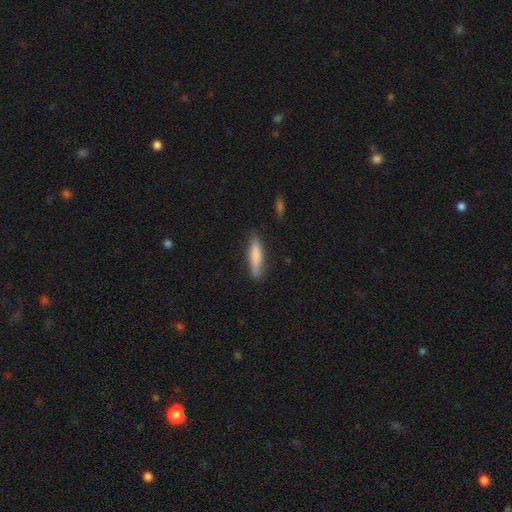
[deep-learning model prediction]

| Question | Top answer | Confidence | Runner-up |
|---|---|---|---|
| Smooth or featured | smooth | 80% | featured or disk (14%) |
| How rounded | cigar-shaped | 74% | in between (24%) |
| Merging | none | 79% | minor disturbance (17%) |